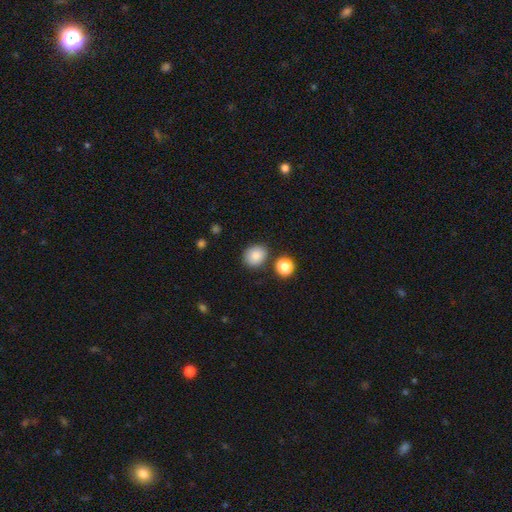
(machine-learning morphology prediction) Smooth or featured? Predicted: smooth (p=0.86). How rounded? Predicted: round (p=0.68). Merging? Predicted: none (p=0.82).